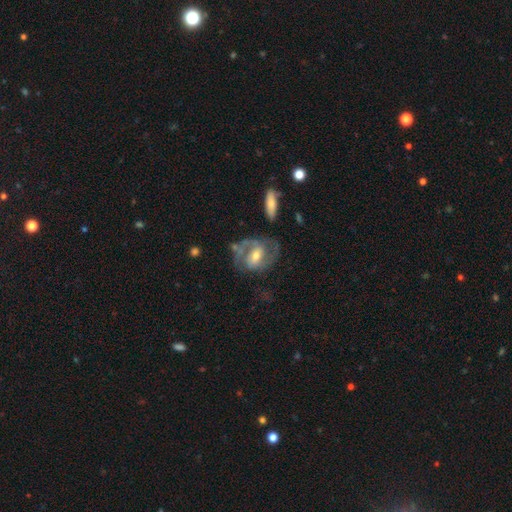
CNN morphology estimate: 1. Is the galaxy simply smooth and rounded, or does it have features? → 75% featured or disk, 18% smooth, 6% star or artifact.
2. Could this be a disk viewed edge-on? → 95% no, 5% yes.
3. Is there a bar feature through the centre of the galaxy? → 44% weak, 28% strong, 28% no.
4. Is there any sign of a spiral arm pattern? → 85% yes, 15% no.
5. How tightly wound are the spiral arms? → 49% medium, 33% tight, 18% loose.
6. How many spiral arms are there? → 74% 2, 13% can't tell, 7% 1, 3% 3, 1% 4, 1% more than 4.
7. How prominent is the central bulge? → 56% moderate, 33% small, 8% large, 2% none, 1% dominant.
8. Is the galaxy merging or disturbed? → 54% none, 20% minor disturbance, 19% major disturbance, 7% merger.